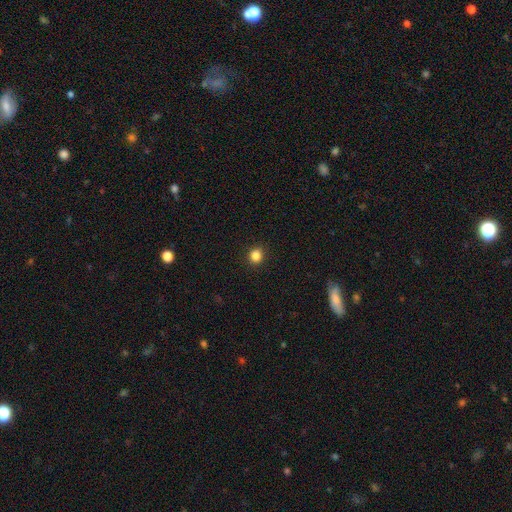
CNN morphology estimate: smooth 85%, star or artifact 12%, featured or disk 4%. Down the decision tree: how rounded — round (81%); merging — none (90%).